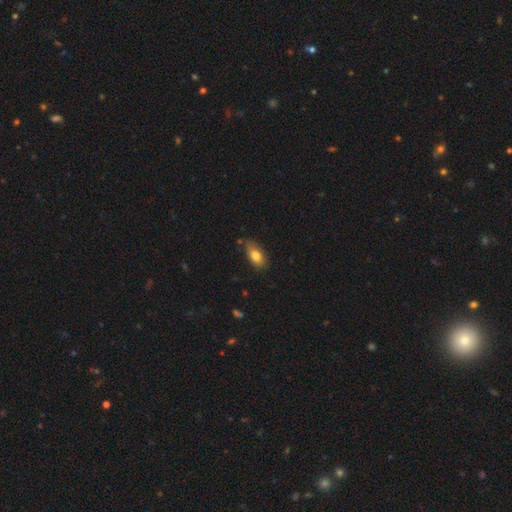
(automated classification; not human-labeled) smooth-or-featured: smooth: 80% | featured or disk: 12% | star or artifact: 8%
  how-rounded: in between: 89% | round: 6% | cigar-shaped: 5%
  merging: none: 71% | minor disturbance: 22% | major disturbance: 4% | merger: 3%